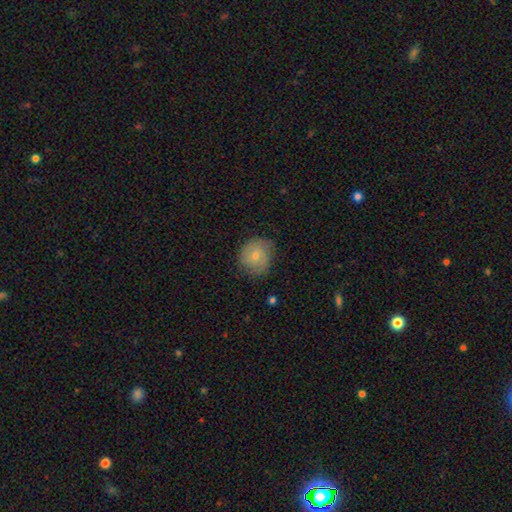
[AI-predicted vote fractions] Q: Smooth or featured?
A: smooth (59%); runner-up: featured or disk (32%)
Q: How rounded?
A: round (83%); runner-up: in between (16%)
Q: Merging?
A: none (72%); runner-up: minor disturbance (21%)